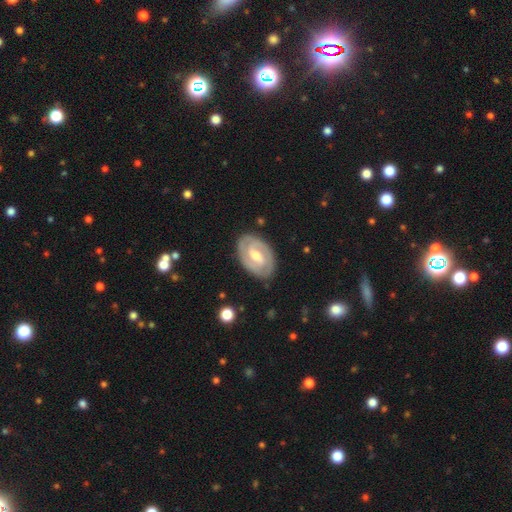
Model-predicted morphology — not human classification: featured or disk 83%, smooth 13%, star or artifact 4%. Down the decision tree: edge-on disk — no (96%); bar — weak (51%); spiral arms — yes (88%); spiral arm count — 2 (81%); spiral winding — tight (64%); bulge size — moderate (64%); merging — none (84%).